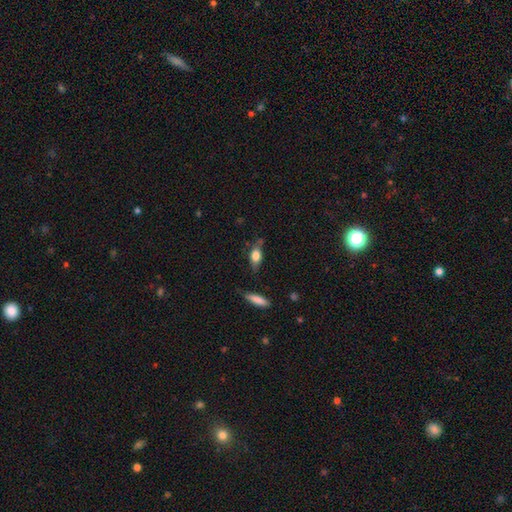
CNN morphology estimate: smooth-or-featured: smooth: 71% | featured or disk: 21% | star or artifact: 8%
  how-rounded: in between: 74% | cigar-shaped: 19% | round: 7%
  merging: none: 63% | minor disturbance: 25% | major disturbance: 7% | merger: 5%